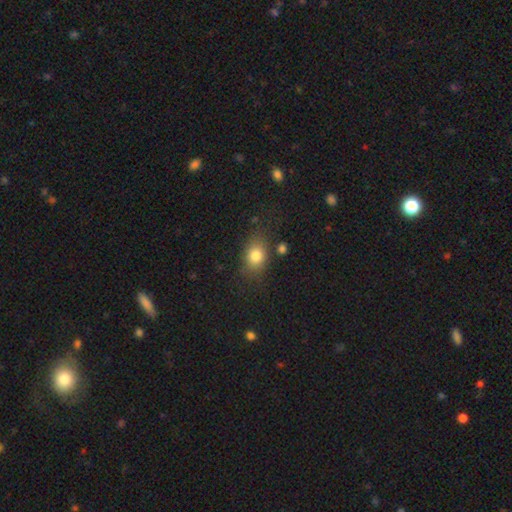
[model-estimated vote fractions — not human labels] smooth-or-featured: smooth: 80% | star or artifact: 11% | featured or disk: 9%
  how-rounded: in between: 63% | round: 35% | cigar-shaped: 2%
  merging: none: 73% | minor disturbance: 16% | major disturbance: 6% | merger: 4%